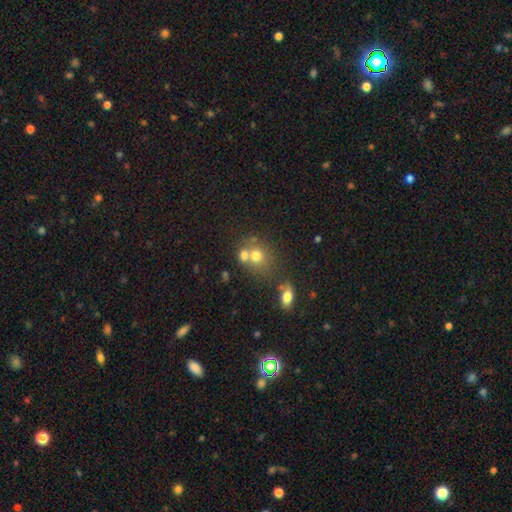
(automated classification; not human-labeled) Overall: smooth (70%). How rounded: round (74%). Merging: merger (43%, tied with none).